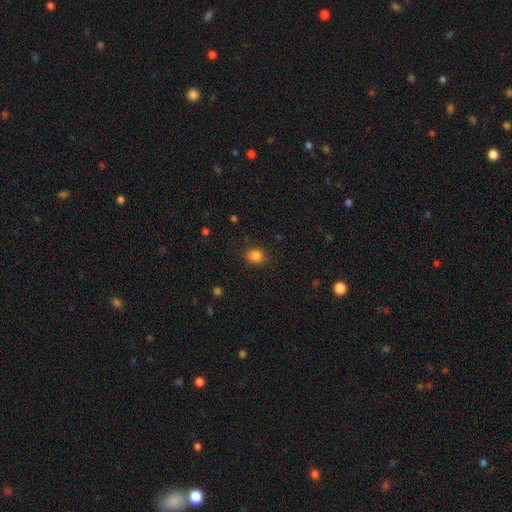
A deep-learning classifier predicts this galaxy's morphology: Smooth or featured? Predicted: smooth (p=0.84). How rounded? Predicted: round (p=0.71). Merging? Predicted: none (p=0.86).